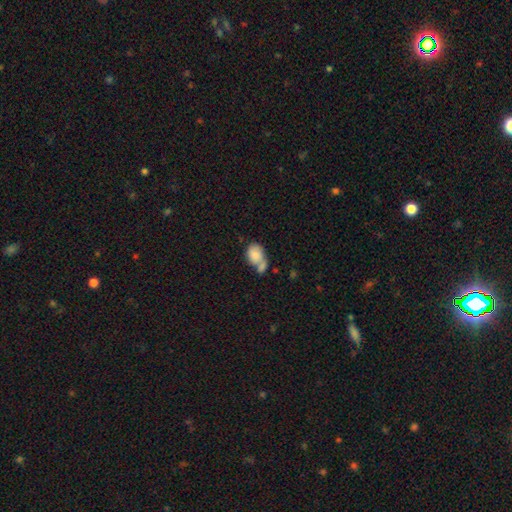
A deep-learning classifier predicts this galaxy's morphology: Smooth or featured?
  - smooth: 80% *
  - featured or disk: 13%
  - star or artifact: 7%
How rounded?
  - in between: 68% *
  - round: 31%
  - cigar-shaped: 1%
Merging?
  - merger: 53% *
  - none: 25%
  - minor disturbance: 14%
  - major disturbance: 8%